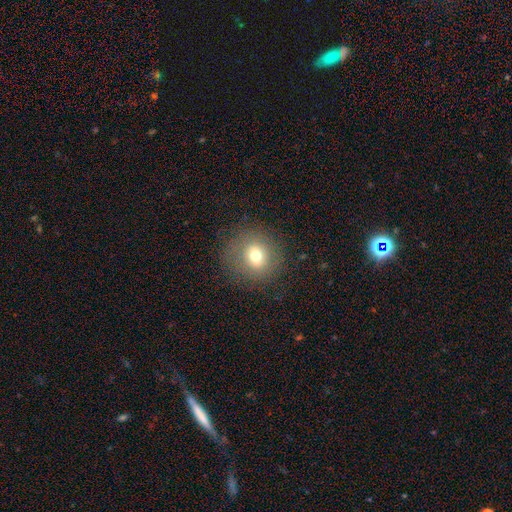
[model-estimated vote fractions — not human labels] A smooth galaxy with no disk features (67%) that is round (90%). Merging: none (83%).